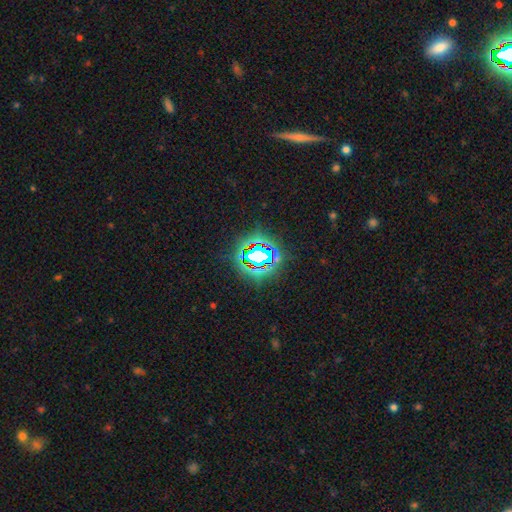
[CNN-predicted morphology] Smooth or featured: star or artifact — 72% (smooth — 16%)